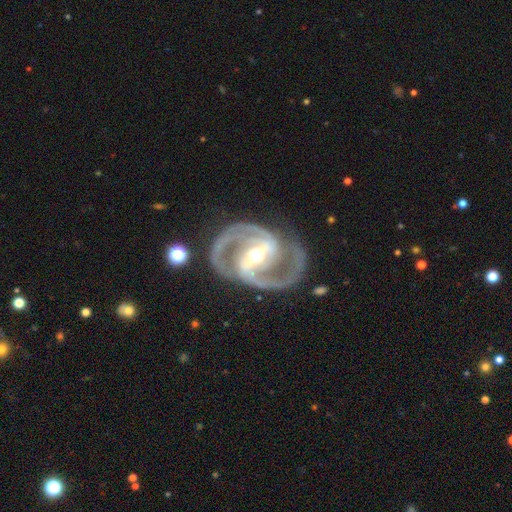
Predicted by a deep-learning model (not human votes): Q: Smooth or featured?
A: featured or disk (93%); runner-up: star or artifact (4%)
Q: Edge-on disk?
A: no (97%); runner-up: yes (3%)
Q: Bar?
A: strong (65%); runner-up: weak (26%)
Q: Spiral arms?
A: yes (97%); runner-up: no (3%)
Q: Spiral winding?
A: medium (57%); runner-up: tight (31%)
Q: Spiral arm count?
A: 2 (90%); runner-up: 3 (3%)
Q: Bulge size?
A: moderate (65%); runner-up: small (28%)
Q: Merging?
A: none (76%); runner-up: minor disturbance (14%)